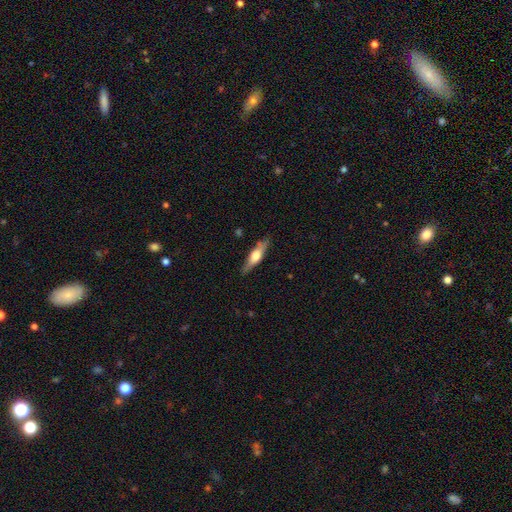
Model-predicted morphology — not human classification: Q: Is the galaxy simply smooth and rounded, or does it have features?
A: featured or disk — 56%.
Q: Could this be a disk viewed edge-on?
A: yes — 93%.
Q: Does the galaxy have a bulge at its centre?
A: rounded — 89%.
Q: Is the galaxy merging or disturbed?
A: none — 83%.